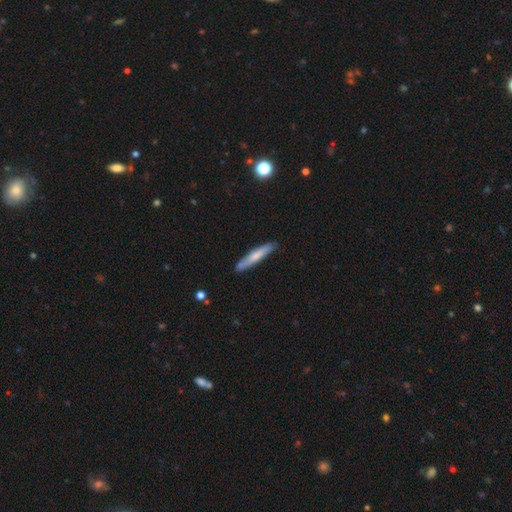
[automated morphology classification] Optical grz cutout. It shows a smooth galaxy with no disk features (65%) that is cigar-shaped (92%). Merging: none (85%).